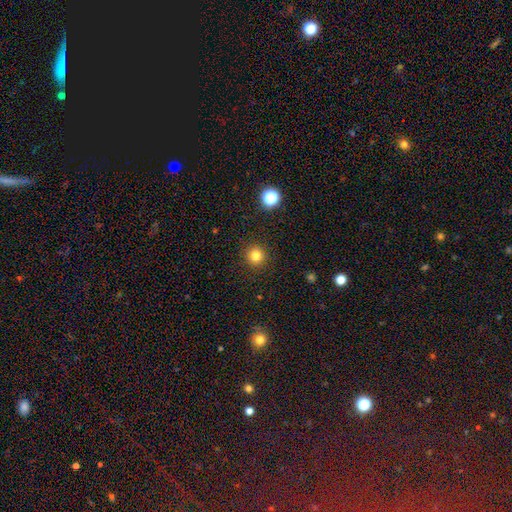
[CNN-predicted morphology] smooth_or_featured: smooth (p=0.81) [alt: star or artifact p=0.14]
how_rounded: round (p=0.94) [alt: in between p=0.05]
merging: none (p=0.91) [alt: minor disturbance p=0.05]